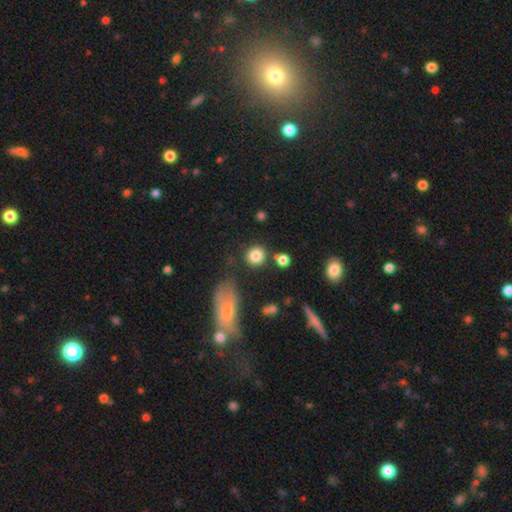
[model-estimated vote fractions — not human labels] Morphology: type=smooth (83%); roundness=round (86%); merging=none (75%).